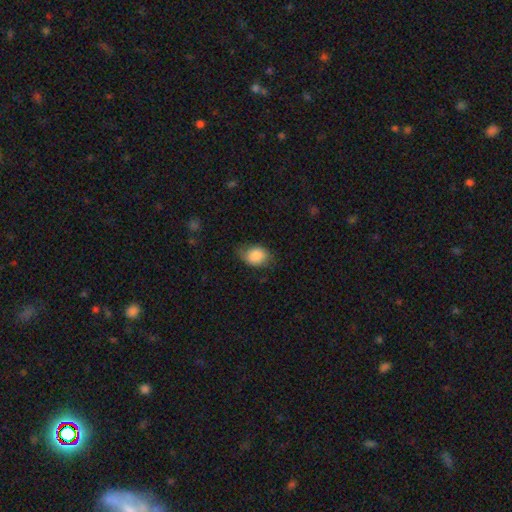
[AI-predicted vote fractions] Smooth or featured? Predicted: smooth (p=0.85). How rounded? Predicted: in between (p=0.62). Merging? Predicted: none (p=0.63).